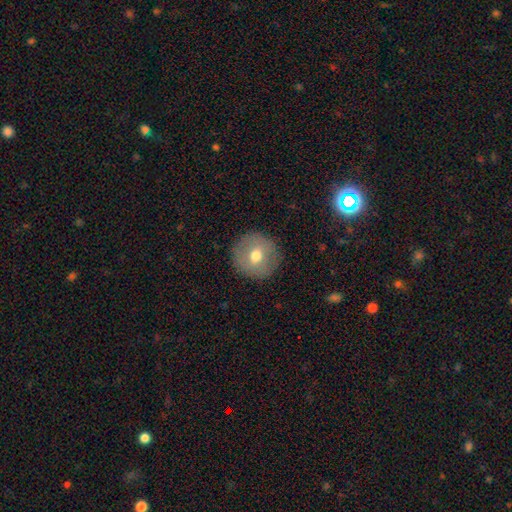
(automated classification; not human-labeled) smooth 65%, featured or disk 26%, star or artifact 9%. Down the decision tree: how rounded — round (94%); merging — none (90%).